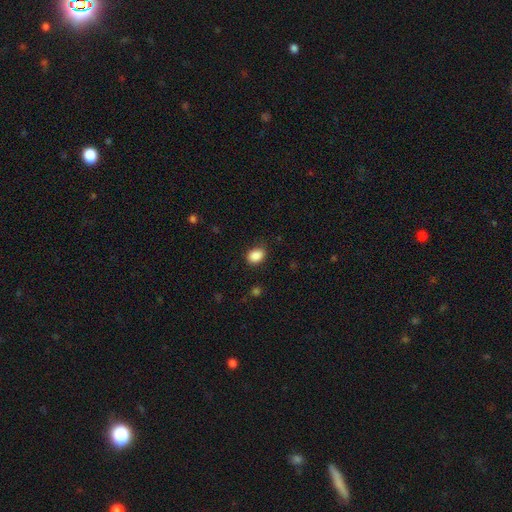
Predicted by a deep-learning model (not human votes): The model was most divided on "how rounded": in between: 71%, round: 28%, cigar-shaped: 1%. More confident: smooth or featured — smooth (88%); merging — none (82%).